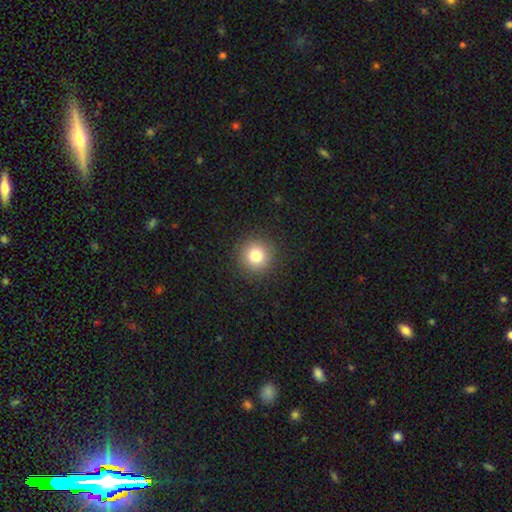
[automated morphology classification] smooth 80%, star or artifact 12%, featured or disk 8%. Down the decision tree: how rounded — round (95%); merging — none (91%).